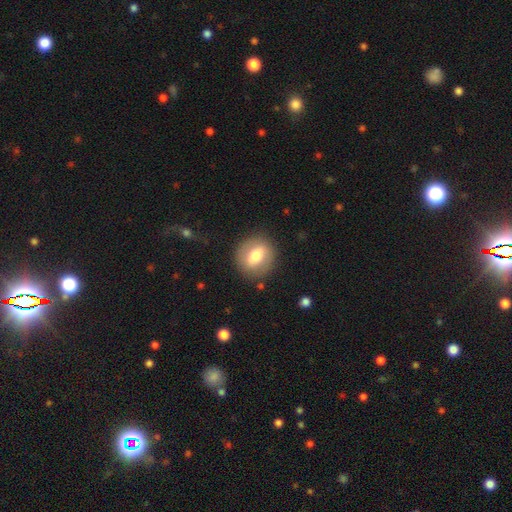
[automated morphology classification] Q: Smooth or featured?
A: smooth (61%); runner-up: featured or disk (32%)
Q: How rounded?
A: round (69%); runner-up: in between (29%)
Q: Merging?
A: none (85%); runner-up: minor disturbance (10%)